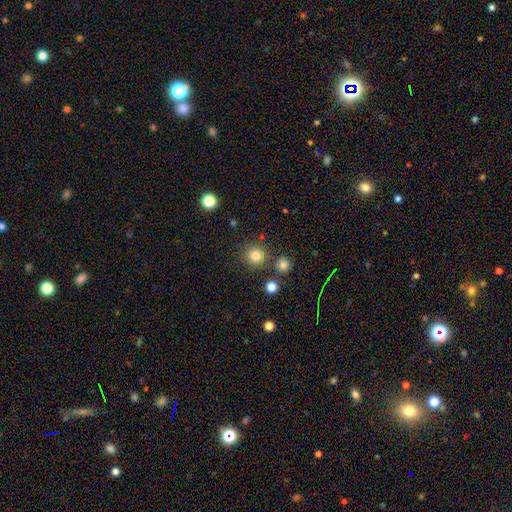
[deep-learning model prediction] This is clearly a smooth galaxy (80%). How rounded: clearly round (94%). Merging: clearly none (84%).